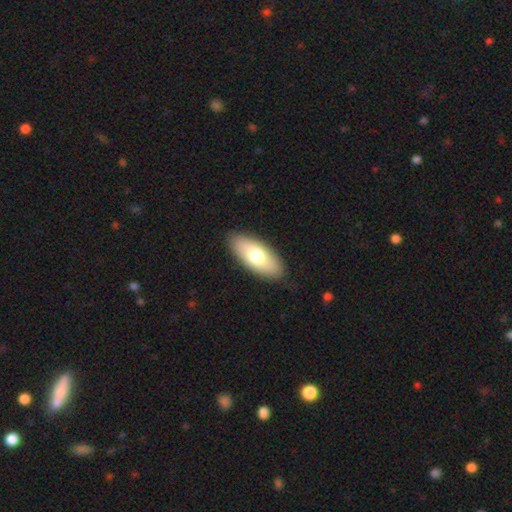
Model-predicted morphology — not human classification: type=smooth (72%); roundness=in between (85%); merging=none (88%).